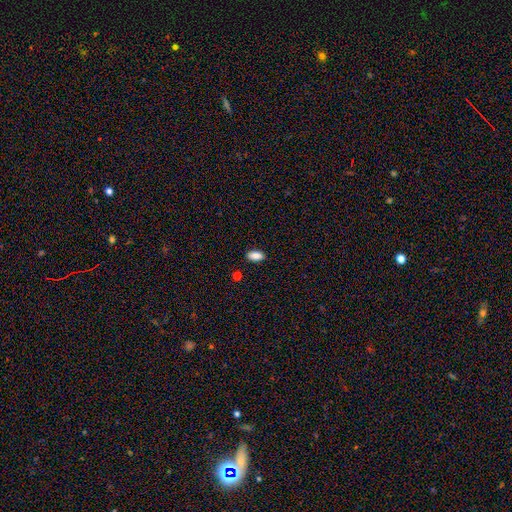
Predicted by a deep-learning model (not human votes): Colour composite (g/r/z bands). It shows a smooth galaxy with no disk features (88%) that is in between round and cigar-shaped (91%). Merging: none (88%).